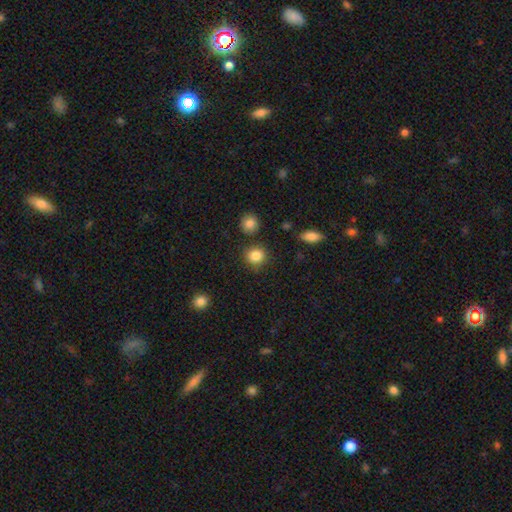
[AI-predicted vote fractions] Smooth or featured? Predicted: smooth (p=0.86). How rounded? Predicted: round (p=0.88). Merging? Predicted: none (p=0.84).